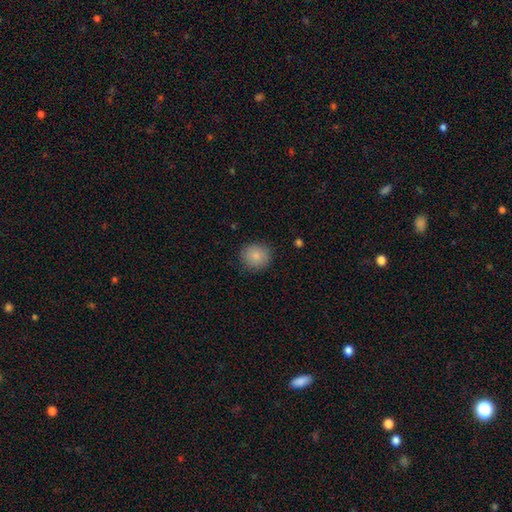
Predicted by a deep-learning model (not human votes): Overall: smooth (85%). How rounded: round (86%). Merging: none (86%).